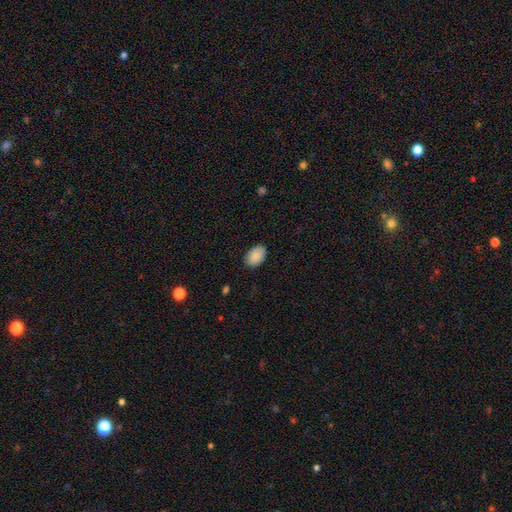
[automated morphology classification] Q: Smooth or featured?
A: smooth (89%); runner-up: star or artifact (7%)
Q: How rounded?
A: in between (88%); runner-up: round (11%)
Q: Merging?
A: none (86%); runner-up: minor disturbance (11%)